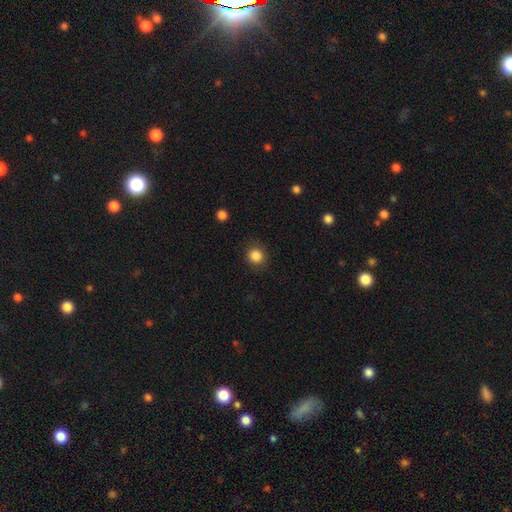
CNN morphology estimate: A smooth galaxy with no disk features (86%) that is round (83%).

Vote fractions:
- Smooth or featured? smooth: 86% / star or artifact: 10% / featured or disk: 4%
- How rounded? round: 83% / in between: 16% / cigar-shaped: 1%
- Merging? none: 87% / minor disturbance: 9% / major disturbance: 3% / merger: 1%